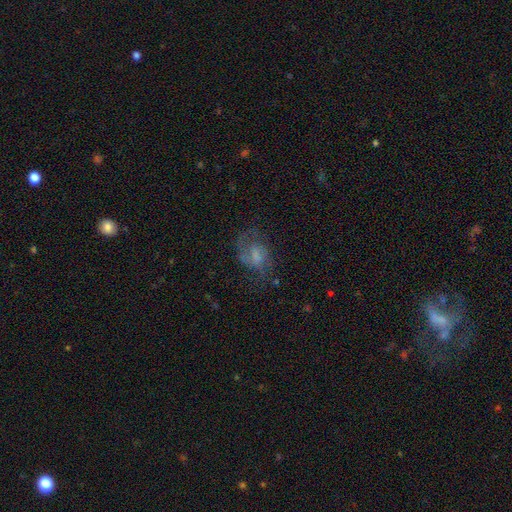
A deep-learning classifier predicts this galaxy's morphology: smooth-or-featured: featured or disk: 57% | smooth: 32% | star or artifact: 11%
  disk-edge-on: no: 97% | yes: 3%
    bar: no: 46% | weak: 44% | strong: 9%
    has-spiral-arms: yes: 79% | no: 21%
    bulge-size: none: 34% | moderate: 28% | small: 24% | large: 12% | dominant: 2%
  merging: none: 50% | major disturbance: 26% | minor disturbance: 22% | merger: 2%